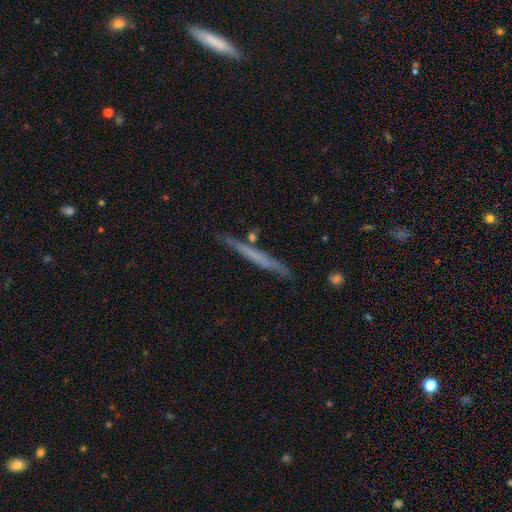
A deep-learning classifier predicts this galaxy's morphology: featured or disk 48%, smooth 46%, star or artifact 6%. Down the decision tree: merging — none (84%).